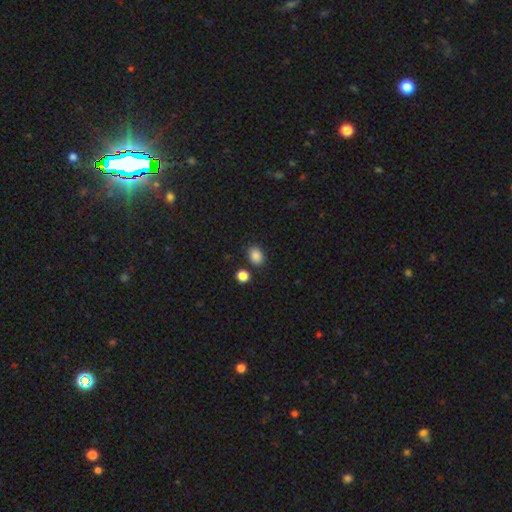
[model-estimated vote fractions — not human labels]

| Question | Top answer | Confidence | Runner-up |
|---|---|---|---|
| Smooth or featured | smooth | 87% | star or artifact (10%) |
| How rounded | in between | 64% | round (35%) |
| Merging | none | 80% | minor disturbance (10%) |